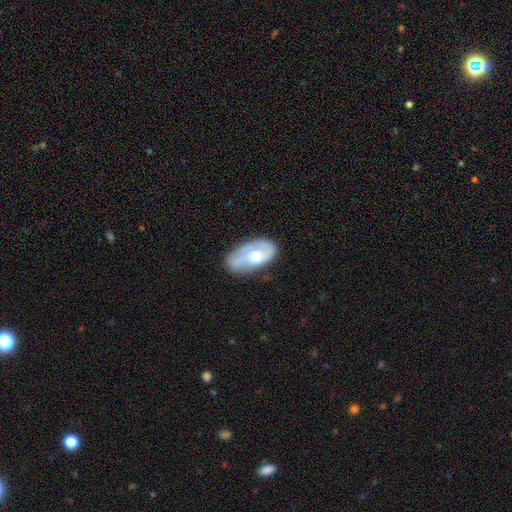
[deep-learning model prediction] This is likely a featured or disk galaxy (62%). It is clearly not viewed edge-on (95%). Bar: likely no (69%). Spiral arm pattern: clearly yes (80%). Central bulge: possibly moderate (53%). Merging: possibly none (59%).